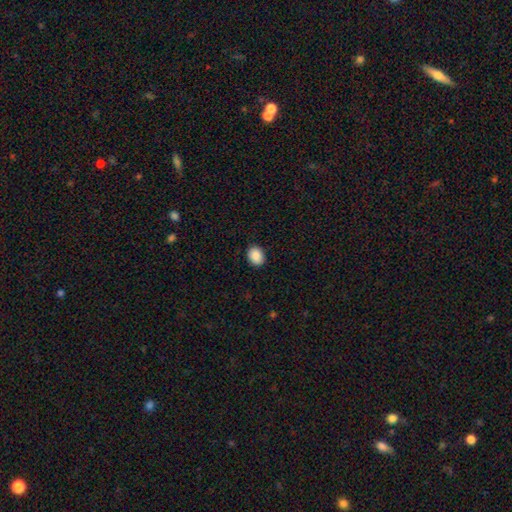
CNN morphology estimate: Q: Smooth or featured?
A: smooth (89%); runner-up: star or artifact (8%)
Q: How rounded?
A: in between (60%); runner-up: round (39%)
Q: Merging?
A: none (90%); runner-up: minor disturbance (7%)